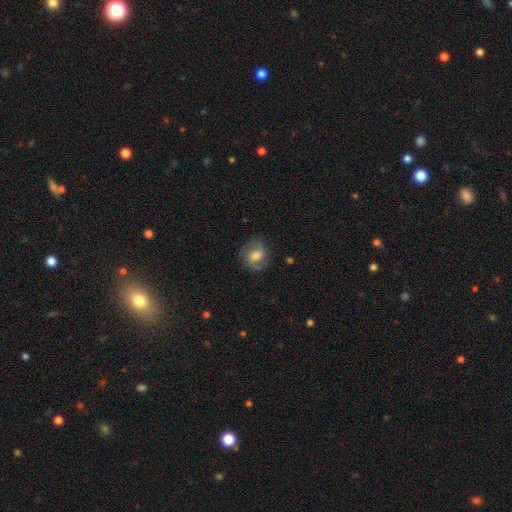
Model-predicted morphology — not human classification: A featured or disk galaxy (69%) with a weak bar (44%), 2 (88%) medium (52%) spiral arms (92%) and a moderate central bulge (55%).

Vote fractions:
- Smooth or featured? featured or disk: 69% / smooth: 23% / star or artifact: 8%
- Edge-on disk? no: 97% / yes: 3%
- Bar? weak: 44% / no: 43% / strong: 13%
- Spiral arms? yes: 92% / no: 8%
- Spiral winding? medium: 52% / tight: 27% / loose: 21%
- Spiral arm count? 2: 88% / can't tell: 5% / 1: 3% / 3: 1% / 4: 1% / more than 4: 1%
- Bulge size? moderate: 55% / small: 24% / large: 14% / none: 4% / dominant: 2%
- Merging? none: 81% / minor disturbance: 13% / major disturbance: 5% / merger: 1%